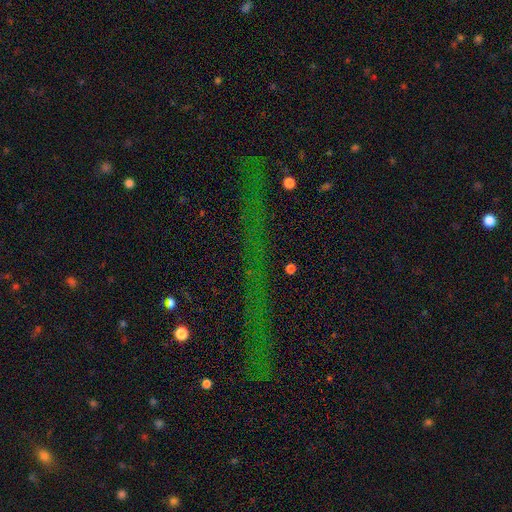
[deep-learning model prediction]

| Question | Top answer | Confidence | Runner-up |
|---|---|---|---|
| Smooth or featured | star or artifact | 70% | featured or disk (16%) |